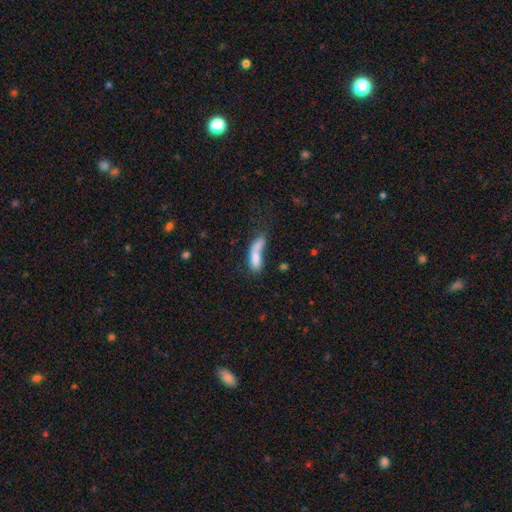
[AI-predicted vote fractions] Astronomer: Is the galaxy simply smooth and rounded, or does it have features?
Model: smooth — 71%.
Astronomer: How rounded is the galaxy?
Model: in between — 59% (runner-up: cigar-shaped, 37%).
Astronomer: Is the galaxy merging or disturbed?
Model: merger — 53%.